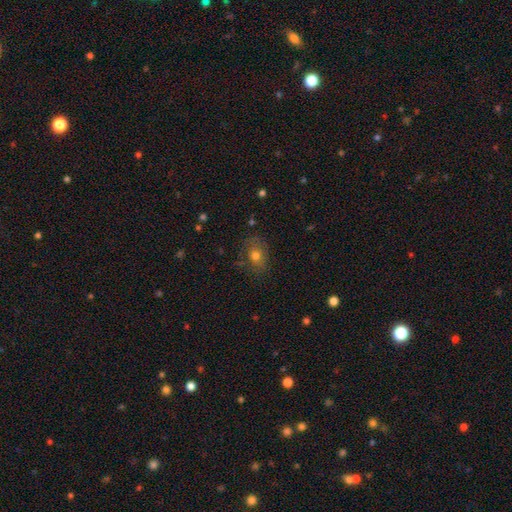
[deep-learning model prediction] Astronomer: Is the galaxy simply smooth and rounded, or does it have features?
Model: smooth — 70%.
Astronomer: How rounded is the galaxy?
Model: in between — 63%.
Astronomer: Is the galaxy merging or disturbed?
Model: none — 74%.